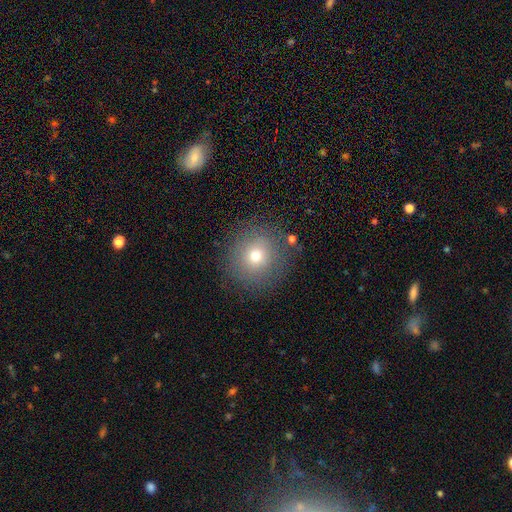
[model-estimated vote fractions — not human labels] Smooth or featured?
  - smooth: 72% *
  - star or artifact: 15%
  - featured or disk: 13%
How rounded?
  - round: 94% *
  - in between: 5%
  - cigar-shaped: 1%
Merging?
  - none: 86% *
  - minor disturbance: 9%
  - major disturbance: 4%
  - merger: 2%